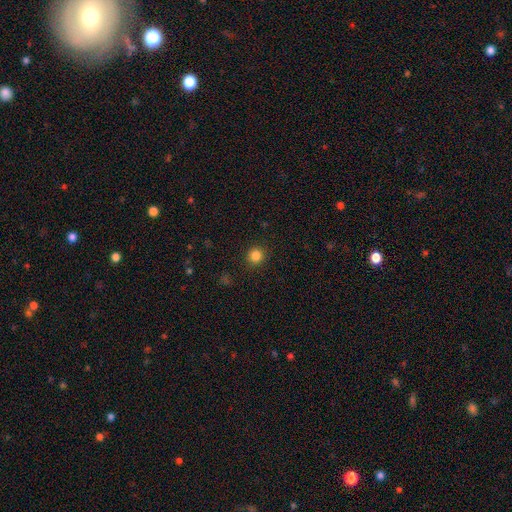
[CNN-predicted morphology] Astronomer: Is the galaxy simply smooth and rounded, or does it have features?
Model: smooth — 84%.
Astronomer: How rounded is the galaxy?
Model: round — 93%.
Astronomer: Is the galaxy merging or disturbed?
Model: none — 91%.